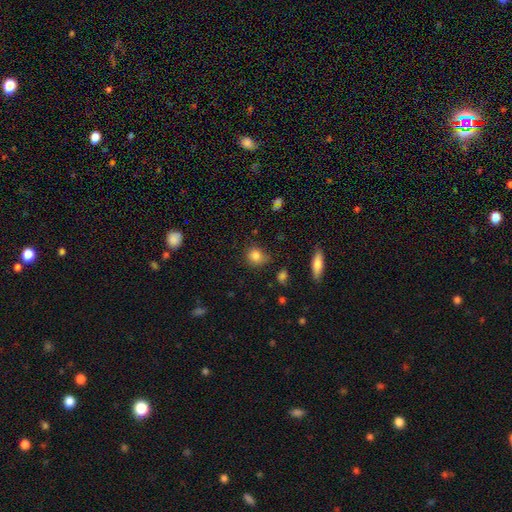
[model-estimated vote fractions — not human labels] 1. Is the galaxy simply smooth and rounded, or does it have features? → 83% smooth, 10% star or artifact, 6% featured or disk.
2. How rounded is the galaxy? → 73% round, 26% in between, 2% cigar-shaped.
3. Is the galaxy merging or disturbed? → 69% none, 22% minor disturbance, 5% major disturbance, 3% merger.